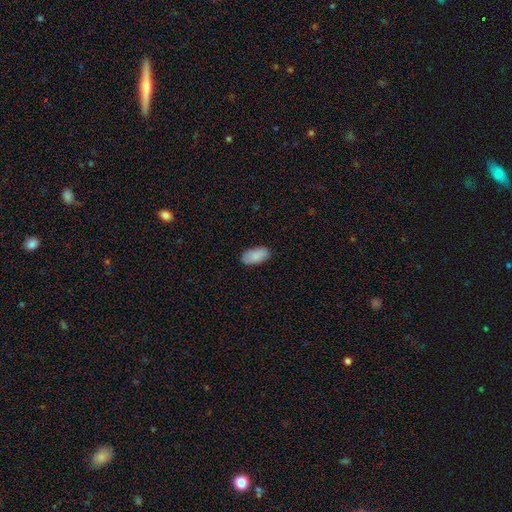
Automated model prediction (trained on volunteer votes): smooth-or-featured: smooth: 89% | star or artifact: 6% | featured or disk: 5%
  how-rounded: in between: 94% | cigar-shaped: 3% | round: 2%
  merging: none: 85% | minor disturbance: 12% | major disturbance: 2% | merger: 1%